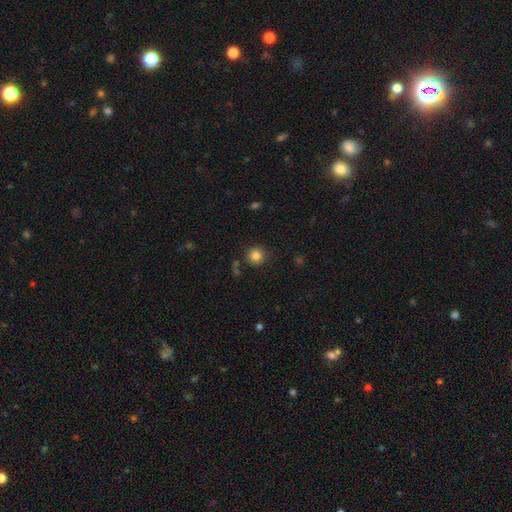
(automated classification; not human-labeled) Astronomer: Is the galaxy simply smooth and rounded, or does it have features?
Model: smooth — 83%.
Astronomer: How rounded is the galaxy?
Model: round — 94%.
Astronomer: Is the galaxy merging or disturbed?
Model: none — 85%.